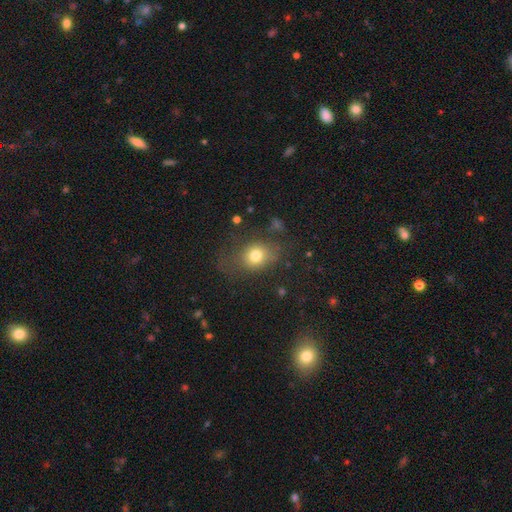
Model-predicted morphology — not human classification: Overall: smooth (75%). How rounded: round (54%; in between 45%). Merging: none (61%; minor disturbance 21%).